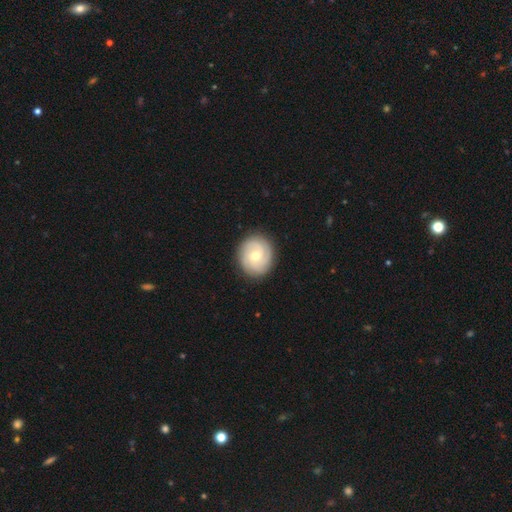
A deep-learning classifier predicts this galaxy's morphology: smooth_or_featured: featured or disk (p=0.65) [alt: smooth p=0.29]
disk_edge_on: no (p=0.98) [alt: yes p=0.02]
bar: no (p=0.70) [alt: weak p=0.26]
has_spiral_arms: yes (p=0.90) [alt: no p=0.10]
spiral_winding: tight (p=0.60) [alt: medium p=0.31]
spiral_arm_count: 3 (p=0.35) [alt: 2 p=0.24]
bulge_size: moderate (p=0.62) [alt: small p=0.33]
merging: none (p=0.88) [alt: minor disturbance p=0.08]